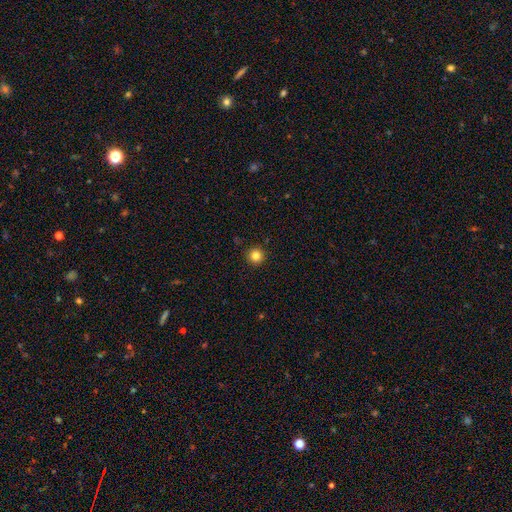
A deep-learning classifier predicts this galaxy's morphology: The model was most divided on "smooth or featured": smooth: 83%, star or artifact: 12%, featured or disk: 5%. More confident: how rounded — round (96%); merging — none (92%).